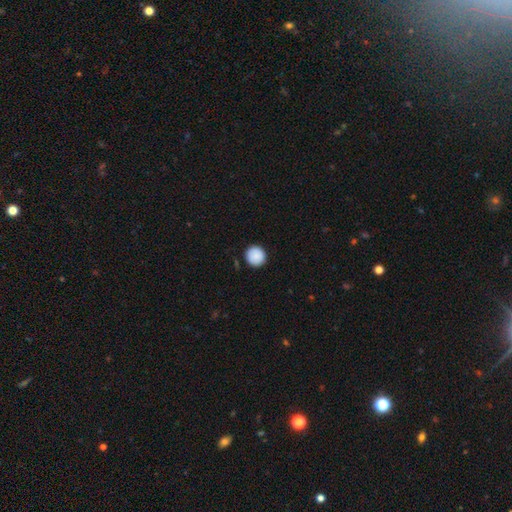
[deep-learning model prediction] Smooth or featured: smooth — 87% (star or artifact — 7%)
How rounded: round — 94% (in between — 5%)
Merging: none — 89% (minor disturbance — 8%)